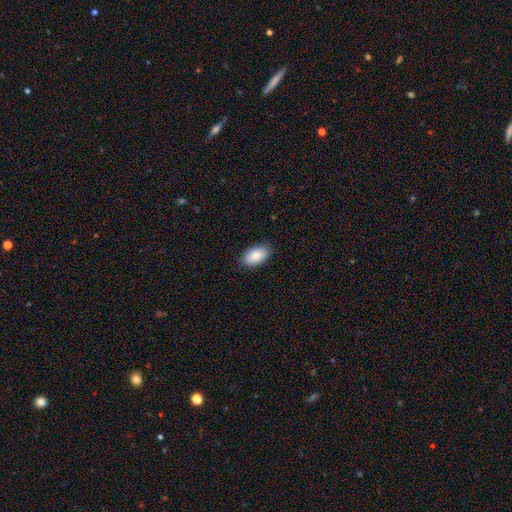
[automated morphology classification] type=smooth (87%); roundness=in between (94%); merging=none (88%).